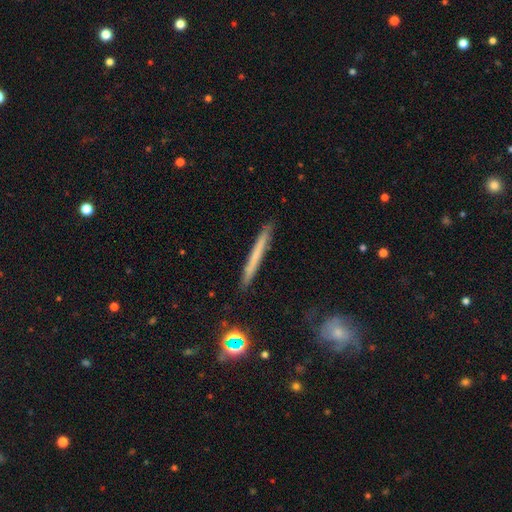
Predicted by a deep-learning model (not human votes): Q: Smooth or featured?
A: smooth (55%); runner-up: featured or disk (38%)
Q: How rounded?
A: cigar-shaped (97%); runner-up: in between (2%)
Q: Merging?
A: none (89%); runner-up: minor disturbance (8%)